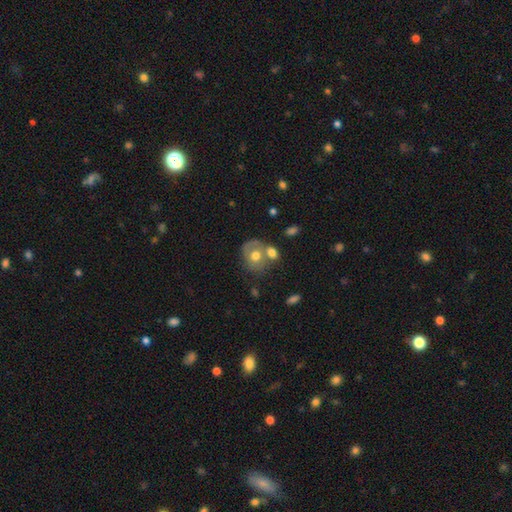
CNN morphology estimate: smooth 58%, featured or disk 34%, star or artifact 8%. Down the decision tree: how rounded — round (62%); merging — merger (40%).